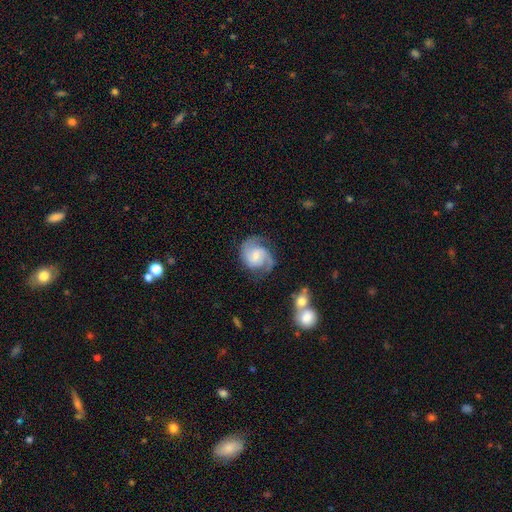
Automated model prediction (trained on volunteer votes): Q: Smooth or featured?
A: featured or disk (82%); runner-up: smooth (12%)
Q: Edge-on disk?
A: no (98%); runner-up: yes (2%)
Q: Bar?
A: no (46%); runner-up: weak (45%)
Q: Spiral arms?
A: yes (96%); runner-up: no (4%)
Q: Spiral winding?
A: medium (52%); runner-up: tight (30%)
Q: Spiral arm count?
A: 2 (81%); runner-up: can't tell (6%)
Q: Bulge size?
A: small (49%); runner-up: moderate (38%)
Q: Merging?
A: none (68%); runner-up: minor disturbance (20%)